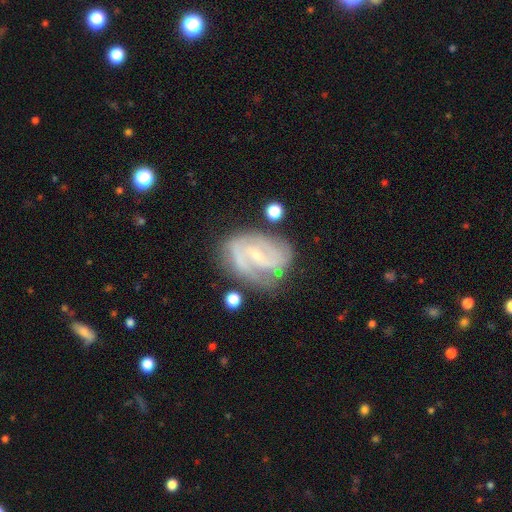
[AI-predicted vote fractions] Smooth or featured?
  - featured or disk: 83% *
  - smooth: 11%
  - star or artifact: 6%
Edge-on disk?
  - no: 97% *
  - yes: 3%
Bar?
  - weak: 44% *
  - no: 36%
  - strong: 20%
Spiral arms?
  - yes: 92% *
  - no: 8%
Spiral winding?
  - medium: 43% *
  - tight: 42%
  - loose: 15%
Spiral arm count?
  - 2: 56% *
  - can't tell: 22%
  - 3: 12%
  - 1: 4%
  - 4: 3%
  - more than 4: 3%
Bulge size?
  - small: 79% *
  - moderate: 17%
  - none: 2%
  - large: 1%
  - dominant: 1%
Merging?
  - none: 60% *
  - minor disturbance: 25%
  - major disturbance: 12%
  - merger: 4%